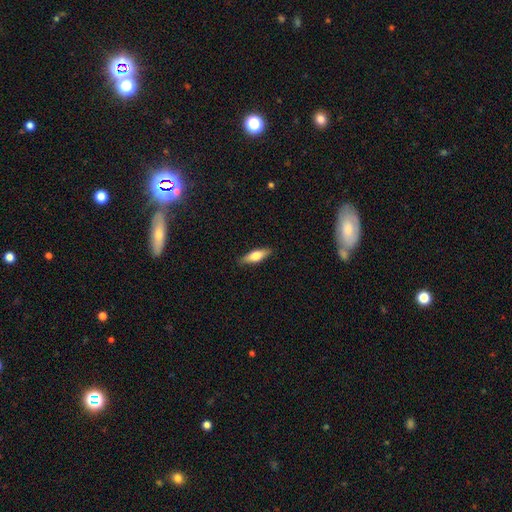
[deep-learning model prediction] This appears to be a smooth galaxy with no disk features (63%) that is in between round and cigar-shaped (50%). Merging: none (88%).